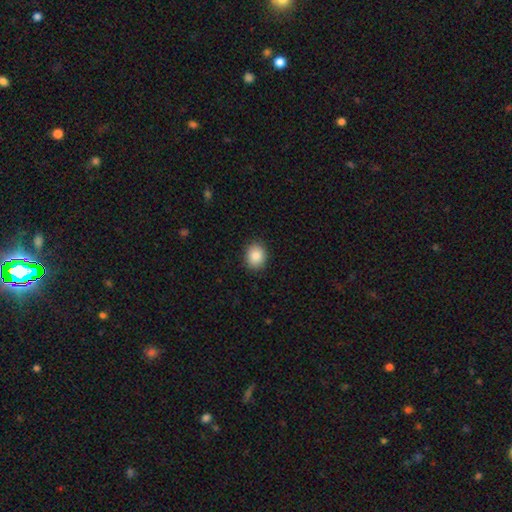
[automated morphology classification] This appears to be a smooth galaxy with no disk features (87%) that is round (56%). Merging: none (90%).